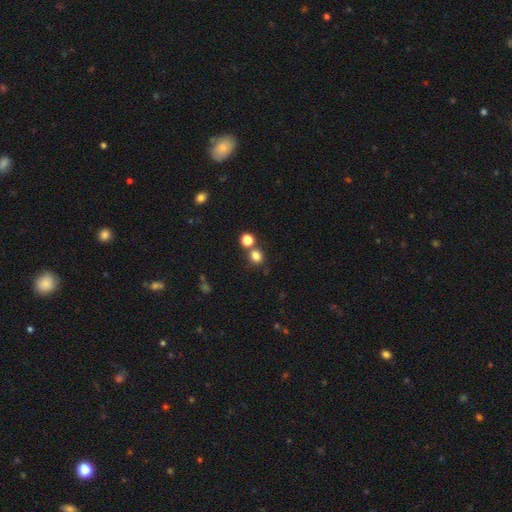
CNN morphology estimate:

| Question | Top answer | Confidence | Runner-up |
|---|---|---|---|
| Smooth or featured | smooth | 79% | star or artifact (15%) |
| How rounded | round | 83% | in between (16%) |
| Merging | none | 67% | merger (22%) |